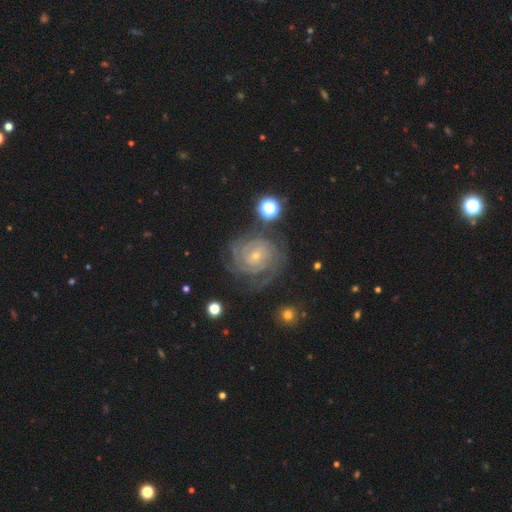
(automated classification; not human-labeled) This appears to be a featured or disk galaxy (85%) with no bar (65%), tight (77%) spiral arms (96%) and a small central bulge (78%). Merging: none (71%).